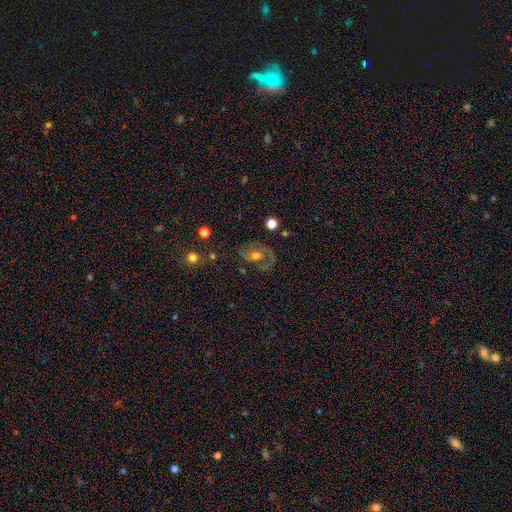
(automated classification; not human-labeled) This appears to be a featured or disk galaxy (71%) with no bar (65%), 2 (56%) medium (47%) spiral arms (85%) and a moderate central bulge (64%). Merging: none (60%).